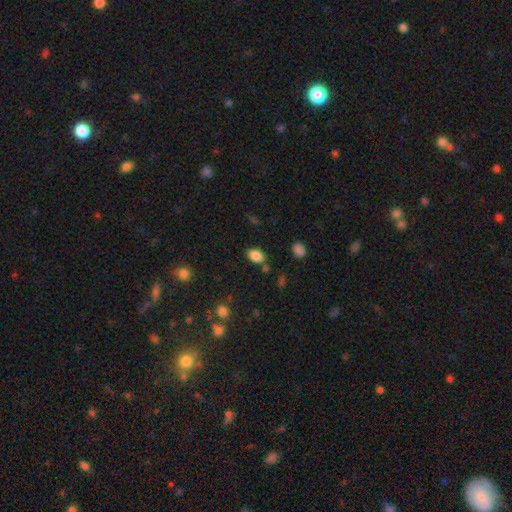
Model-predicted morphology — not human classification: Smooth or featured: smooth — 86% (star or artifact — 9%)
How rounded: in between — 85% (round — 14%)
Merging: none — 76% (minor disturbance — 14%)